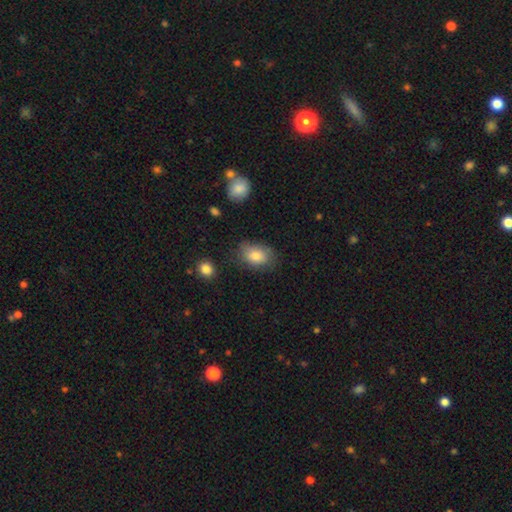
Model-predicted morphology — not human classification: Smooth or featured? smooth (82%)
How rounded? in between (82%)
Merging? none (69%)